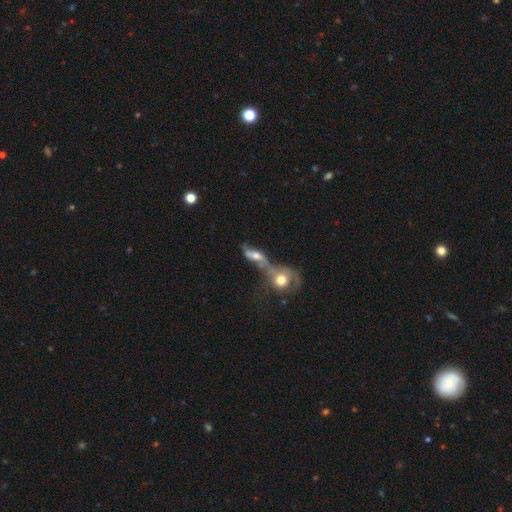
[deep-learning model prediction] This appears to be a featured or disk galaxy (49%). Merging: merger (68%).